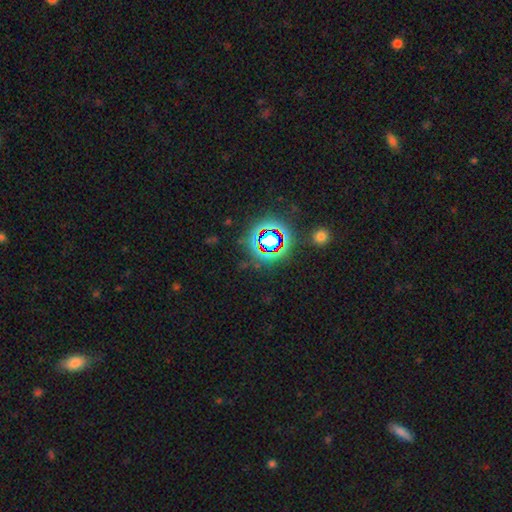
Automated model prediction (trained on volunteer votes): smooth-or-featured: star or artifact: 71% | smooth: 18% | featured or disk: 11%